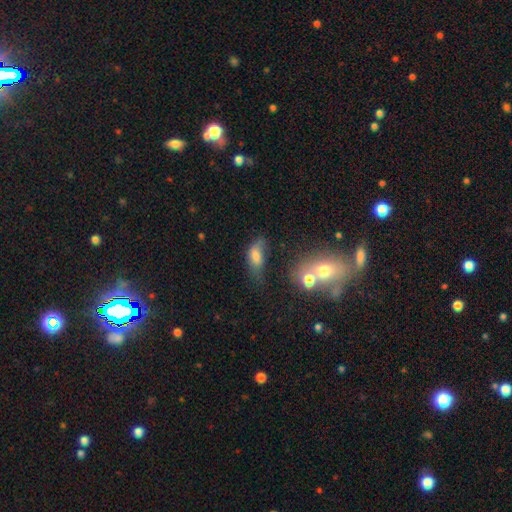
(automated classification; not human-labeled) A smooth galaxy with no disk features (68%) that is in between round and cigar-shaped (81%). Merging: minor disturbance (33%).